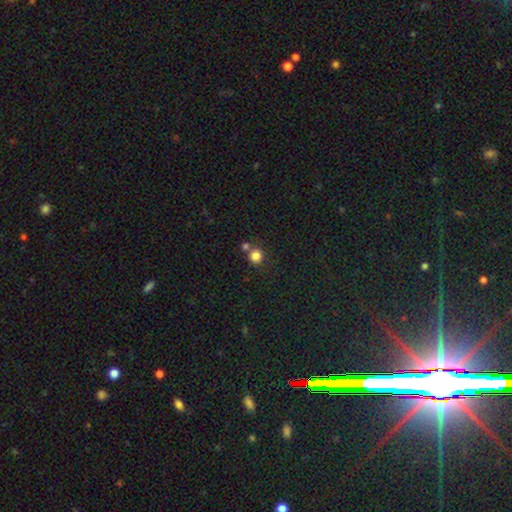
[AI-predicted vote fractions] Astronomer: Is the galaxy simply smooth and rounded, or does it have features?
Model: smooth — 82%.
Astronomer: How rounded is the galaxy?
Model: round — 88%.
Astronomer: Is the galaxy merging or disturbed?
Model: none — 65%.